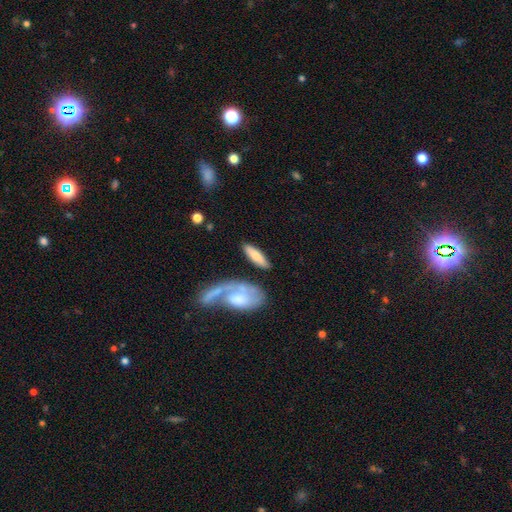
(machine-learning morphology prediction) This is likely a smooth galaxy (61%). How rounded: possibly cigar-shaped (54%). Merging: likely none (73%).